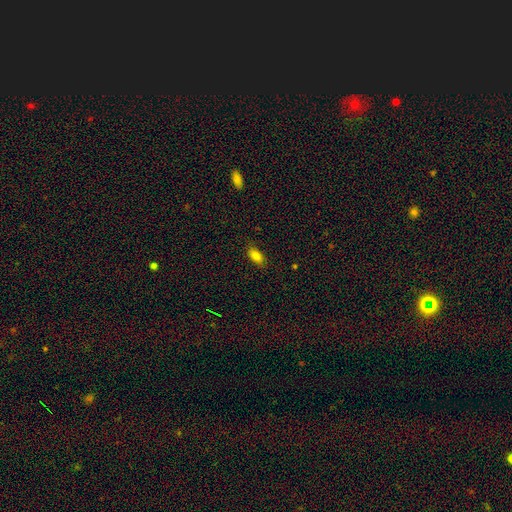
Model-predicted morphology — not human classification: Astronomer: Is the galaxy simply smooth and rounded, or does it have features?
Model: smooth — 83%.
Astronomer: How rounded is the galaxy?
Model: in between — 88%.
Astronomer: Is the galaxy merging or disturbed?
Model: none — 81%.